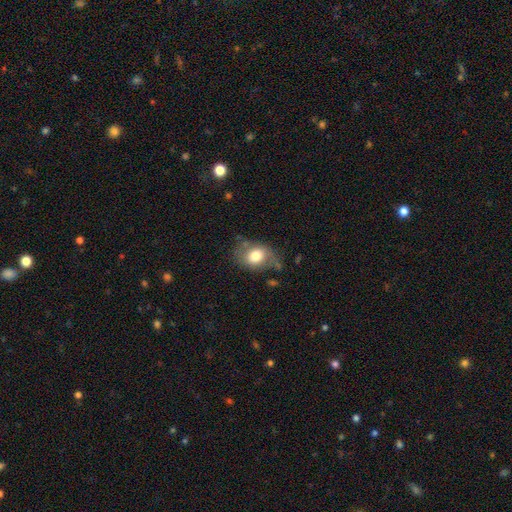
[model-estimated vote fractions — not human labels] This is likely a smooth galaxy (67%). How rounded: likely in between (60%). Merging: possibly none (47%).